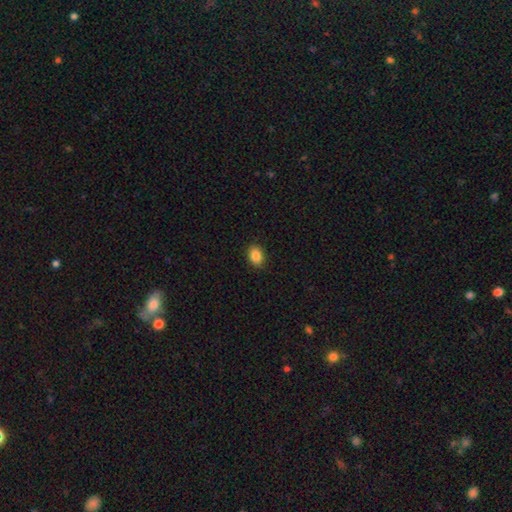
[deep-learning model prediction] Smooth or featured? Predicted: smooth (p=0.87). How rounded? Predicted: in between (p=0.71). Merging? Predicted: none (p=0.89).